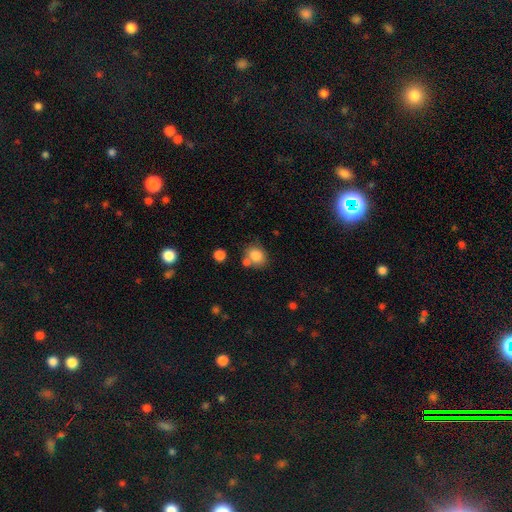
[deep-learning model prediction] Smooth or featured? smooth (82%)
How rounded? round (66%)
Merging? none (61%)